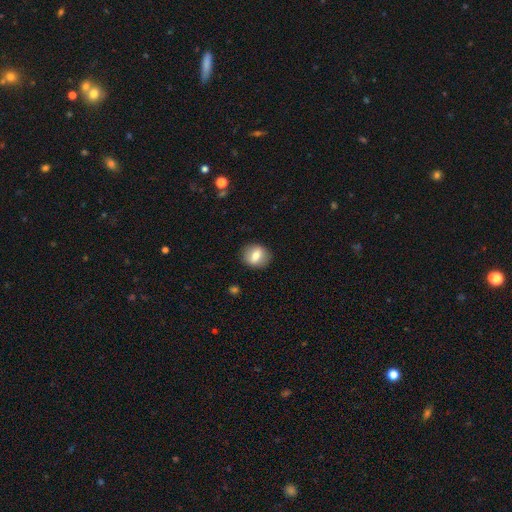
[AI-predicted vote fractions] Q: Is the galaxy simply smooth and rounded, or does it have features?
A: smooth — 70%.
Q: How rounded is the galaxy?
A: round — 66%.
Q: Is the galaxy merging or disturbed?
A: none — 88%.